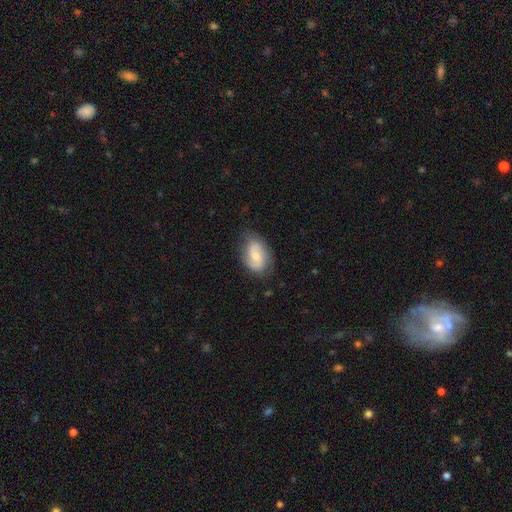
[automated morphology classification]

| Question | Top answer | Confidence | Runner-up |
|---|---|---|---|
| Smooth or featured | featured or disk | 54% | smooth (39%) |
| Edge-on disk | no | 97% | yes (3%) |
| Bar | no | 54% | weak (38%) |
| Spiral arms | yes | 89% | no (11%) |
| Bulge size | small | 48% | moderate (41%) |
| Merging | none | 74% | minor disturbance (19%) |